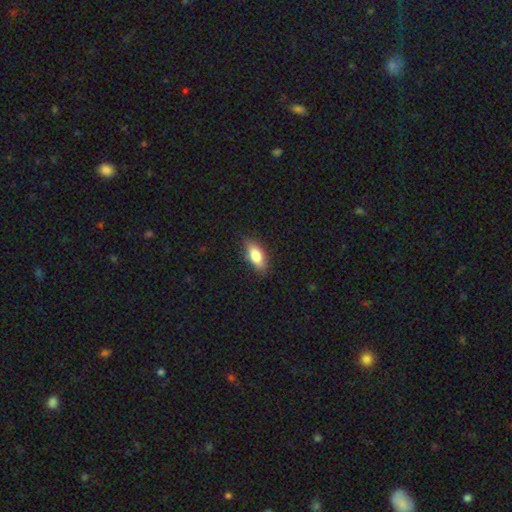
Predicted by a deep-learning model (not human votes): A smooth galaxy with no disk features (81%) that is in between round and cigar-shaped (79%).

Vote fractions:
- Smooth or featured? smooth: 81% / featured or disk: 12% / star or artifact: 7%
- How rounded? in between: 79% / cigar-shaped: 18% / round: 3%
- Merging? none: 81% / minor disturbance: 15% / major disturbance: 3% / merger: 1%